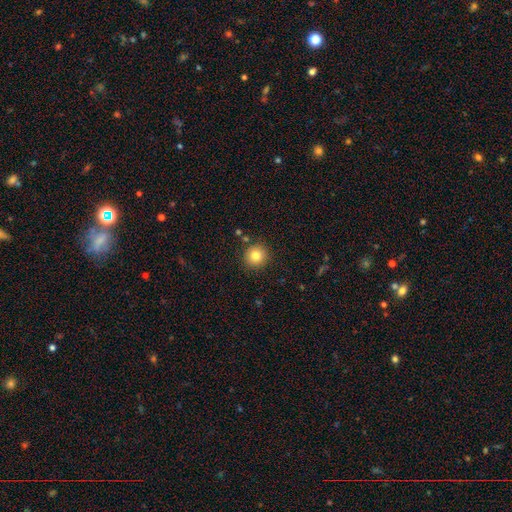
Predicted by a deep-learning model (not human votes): smooth-or-featured: smooth: 80% | star or artifact: 12% | featured or disk: 8%
  how-rounded: round: 93% | in between: 6% | cigar-shaped: 1%
  merging: none: 88% | minor disturbance: 7% | merger: 3% | major disturbance: 2%